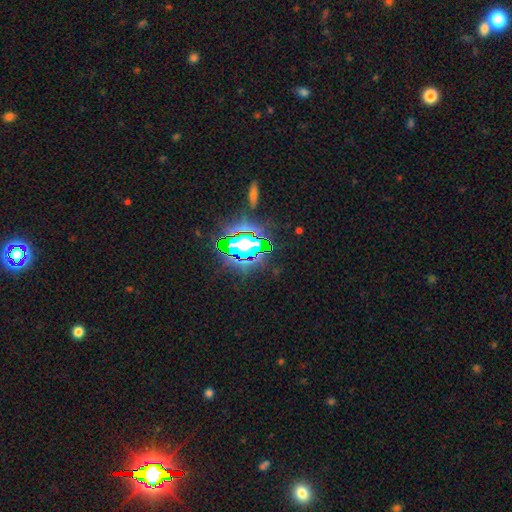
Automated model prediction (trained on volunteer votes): star or artifact 69%, smooth 18%, featured or disk 13%.